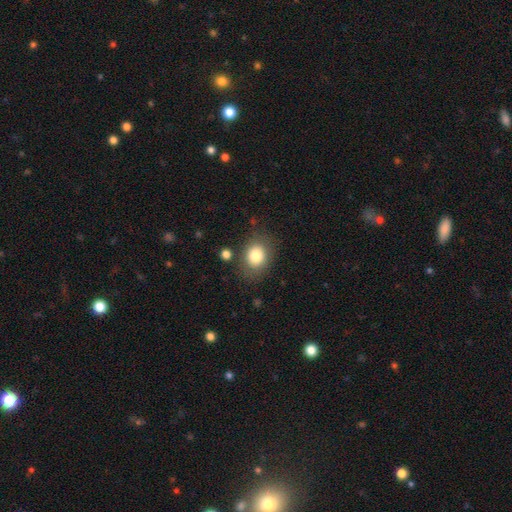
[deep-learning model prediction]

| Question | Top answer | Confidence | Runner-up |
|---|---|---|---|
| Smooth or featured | smooth | 81% | featured or disk (10%) |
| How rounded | in between | 55% | round (44%) |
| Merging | none | 78% | minor disturbance (13%) |